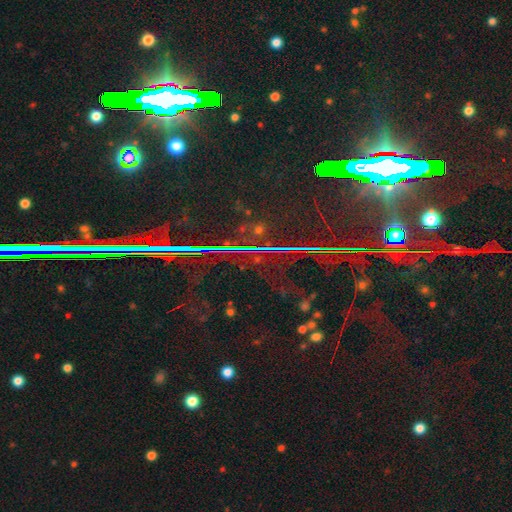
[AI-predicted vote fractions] smooth_or_featured: star or artifact (p=0.85) [alt: featured or disk p=0.08]